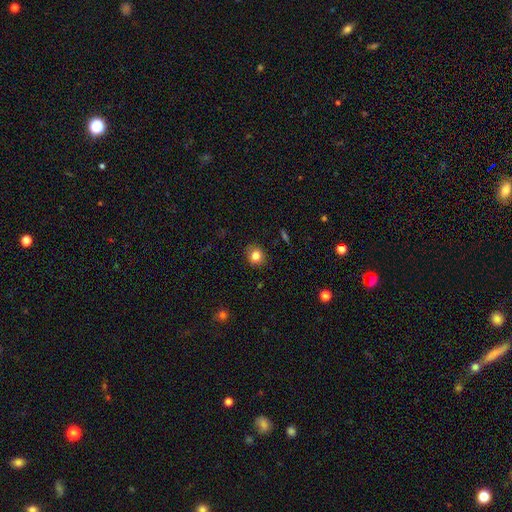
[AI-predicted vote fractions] Morphology: type=smooth (81%); roundness=round (79%); merging=none (88%).